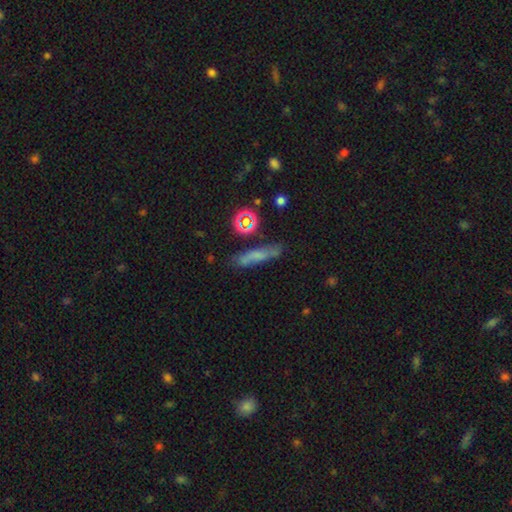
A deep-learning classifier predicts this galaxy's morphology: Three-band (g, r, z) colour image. It shows a smooth galaxy with no disk features (58%) that is cigar-shaped (78%). Merging: none (71%).